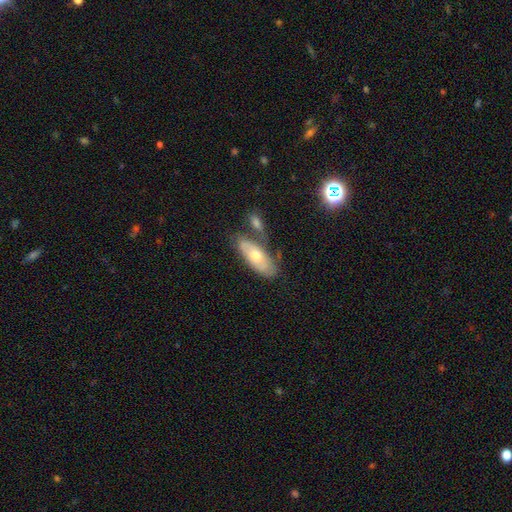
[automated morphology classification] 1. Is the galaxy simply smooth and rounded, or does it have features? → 52% smooth, 41% featured or disk, 7% star or artifact.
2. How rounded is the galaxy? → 81% in between, 17% cigar-shaped, 3% round.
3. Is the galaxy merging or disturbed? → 53% none, 20% merger, 20% minor disturbance, 7% major disturbance.